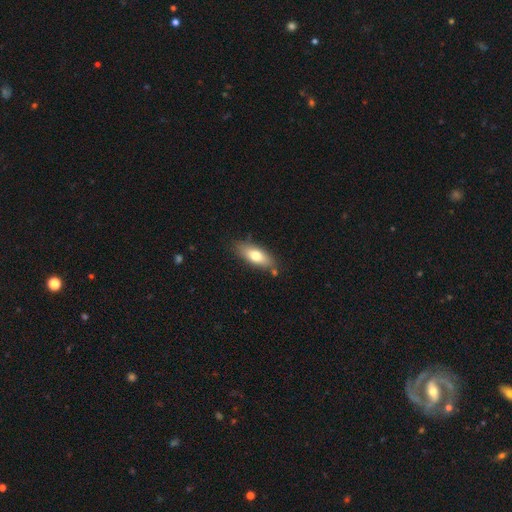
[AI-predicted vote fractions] Smooth or featured: smooth — 71% (featured or disk — 22%)
How rounded: in between — 74% (cigar-shaped — 24%)
Merging: none — 78% (minor disturbance — 14%)